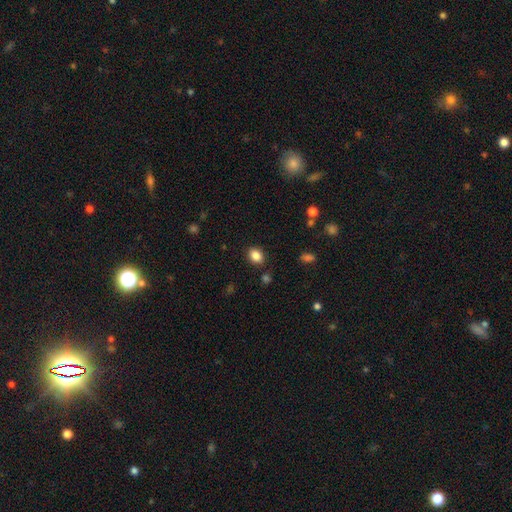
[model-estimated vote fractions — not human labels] Q: Smooth or featured?
A: smooth (87%); runner-up: star or artifact (10%)
Q: How rounded?
A: in between (65%); runner-up: round (34%)
Q: Merging?
A: none (86%); runner-up: minor disturbance (9%)